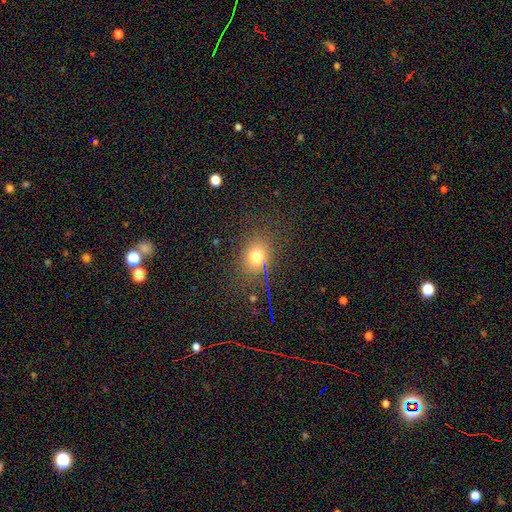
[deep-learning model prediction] A smooth galaxy with no disk features (73%) that is round (55%). Merging: none (82%).